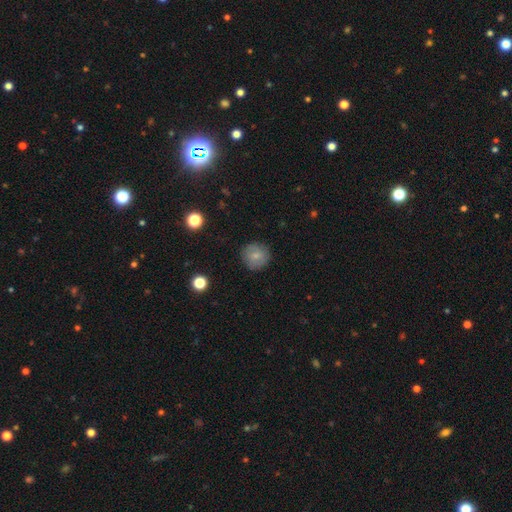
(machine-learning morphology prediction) A smooth galaxy with no disk features (75%) that is round (93%).

Vote fractions:
- Smooth or featured? smooth: 75% / featured or disk: 15% / star or artifact: 9%
- How rounded? round: 93% / in between: 6% / cigar-shaped: 1%
- Merging? none: 87% / minor disturbance: 10% / major disturbance: 3% / merger: 1%